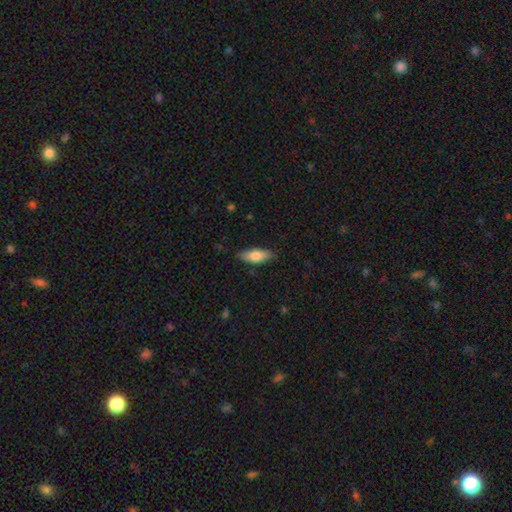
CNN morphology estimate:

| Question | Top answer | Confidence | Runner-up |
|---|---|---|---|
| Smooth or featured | smooth | 77% | featured or disk (17%) |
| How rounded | in between | 75% | cigar-shaped (23%) |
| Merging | none | 86% | minor disturbance (11%) |